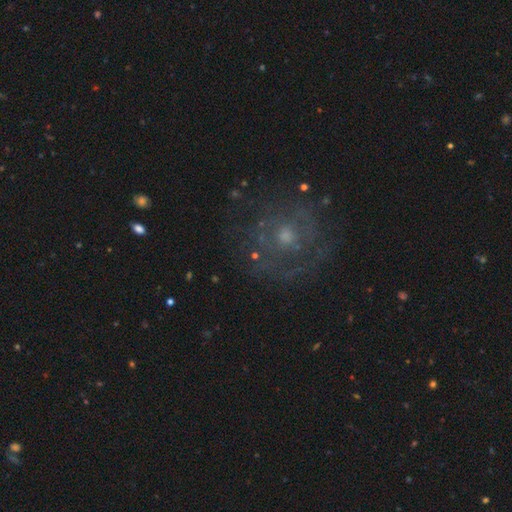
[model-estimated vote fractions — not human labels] smooth-or-featured: featured or disk: 55% | smooth: 27% | star or artifact: 17%
  disk-edge-on: no: 97% | yes: 3%
    bar: no: 86% | weak: 11% | strong: 3%
    has-spiral-arms: no: 53% | yes: 47%
    bulge-size: moderate: 50% | small: 39% | large: 5% | none: 4% | dominant: 2%
  merging: none: 72% | minor disturbance: 15% | major disturbance: 12% | merger: 2%